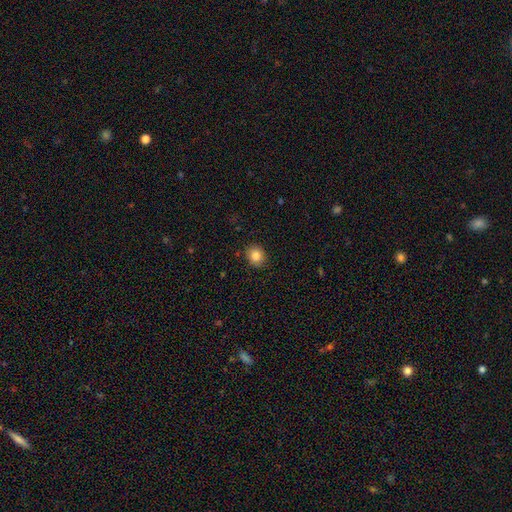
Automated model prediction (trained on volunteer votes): A smooth galaxy with no disk features (84%) that is round (78%).

Vote fractions:
- Smooth or featured? smooth: 84% / star or artifact: 10% / featured or disk: 6%
- How rounded? round: 78% / in between: 21% / cigar-shaped: 1%
- Merging? none: 89% / minor disturbance: 8% / major disturbance: 2% / merger: 1%